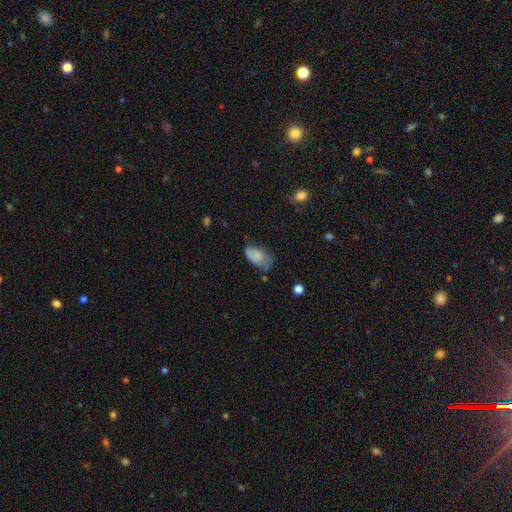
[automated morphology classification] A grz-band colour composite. It shows a smooth galaxy with no disk features (60%) that is in between round and cigar-shaped (91%). Merging: minor disturbance (36%).